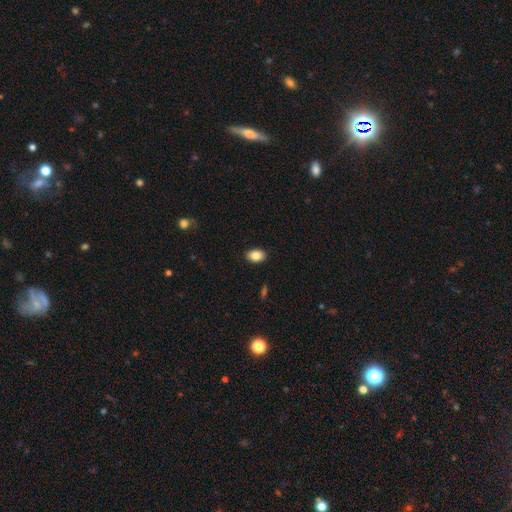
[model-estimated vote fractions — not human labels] Smooth or featured?
  - smooth: 85% *
  - star or artifact: 8%
  - featured or disk: 7%
How rounded?
  - in between: 84% *
  - round: 15%
  - cigar-shaped: 1%
Merging?
  - none: 89% *
  - minor disturbance: 8%
  - major disturbance: 2%
  - merger: 1%